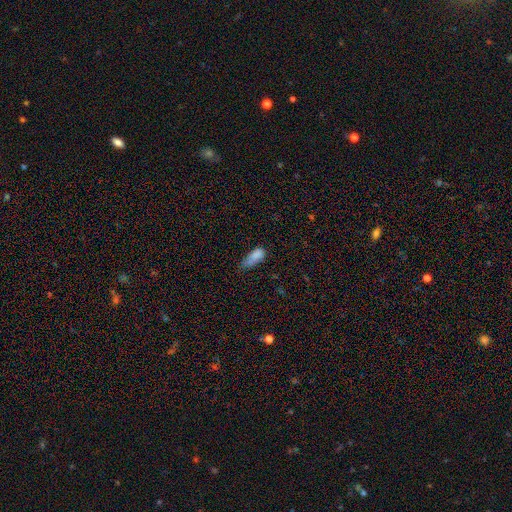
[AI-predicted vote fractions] The model was most divided on "merging": minor disturbance: 44%, none: 28%, major disturbance: 23%, merger: 5%. More confident: smooth or featured — smooth (81%); how rounded — in between (80%).